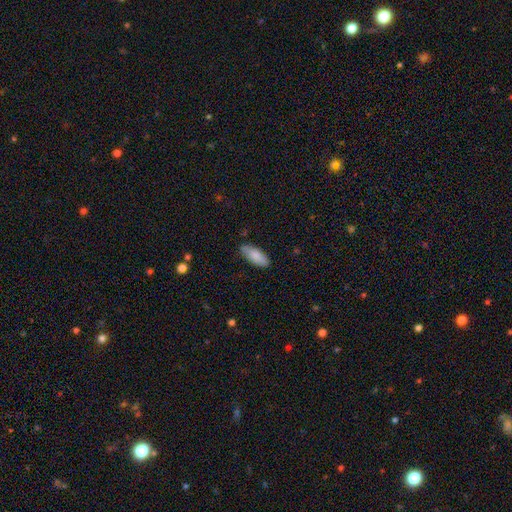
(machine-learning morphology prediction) Overall: smooth (84%). How rounded: in between (80%). Merging: none (82%).